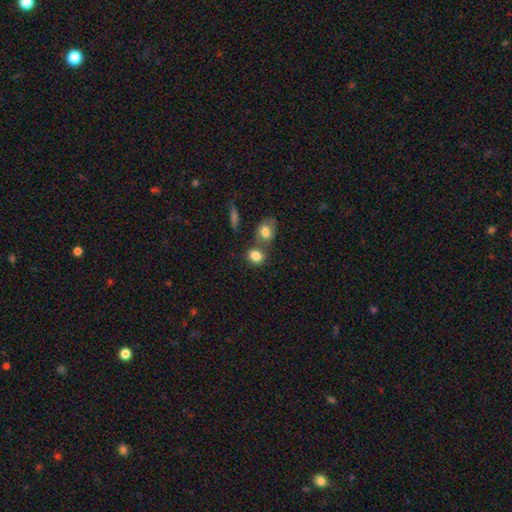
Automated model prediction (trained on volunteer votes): Smooth or featured? Predicted: smooth (p=0.83). How rounded? Predicted: round (p=0.54). Merging? Predicted: none (p=0.54).